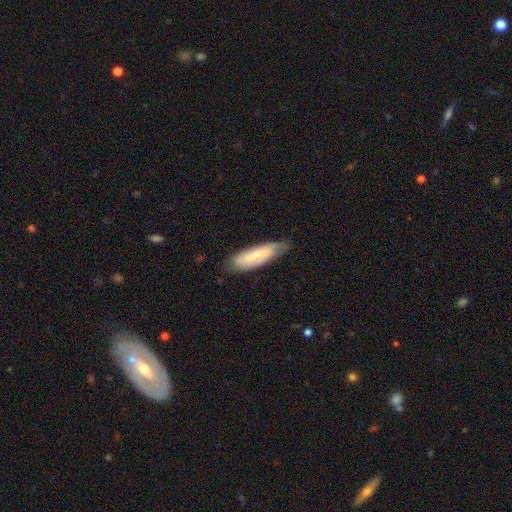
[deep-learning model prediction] A smooth galaxy with no disk features (70%) that is cigar-shaped (56%).

Vote fractions:
- Smooth or featured? smooth: 70% / featured or disk: 24% / star or artifact: 6%
- How rounded? cigar-shaped: 56% / in between: 42% / round: 1%
- Merging? none: 70% / minor disturbance: 24% / major disturbance: 5% / merger: 1%